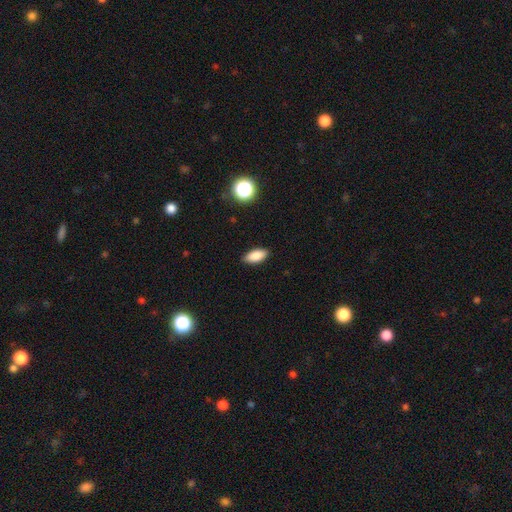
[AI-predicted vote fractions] Overall: smooth (86%). How rounded: in between (88%). Merging: none (88%).